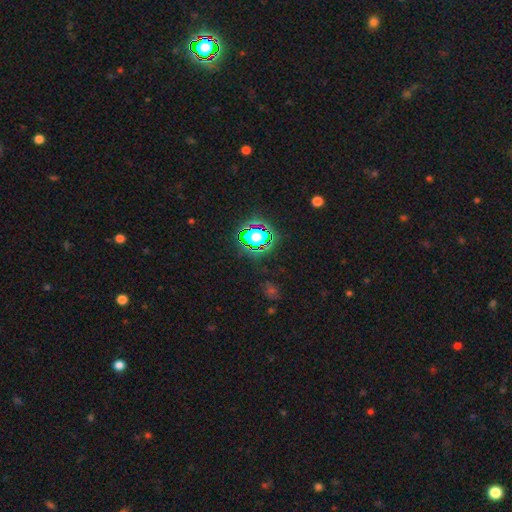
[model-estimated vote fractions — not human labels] Smooth or featured? star or artifact (78%)